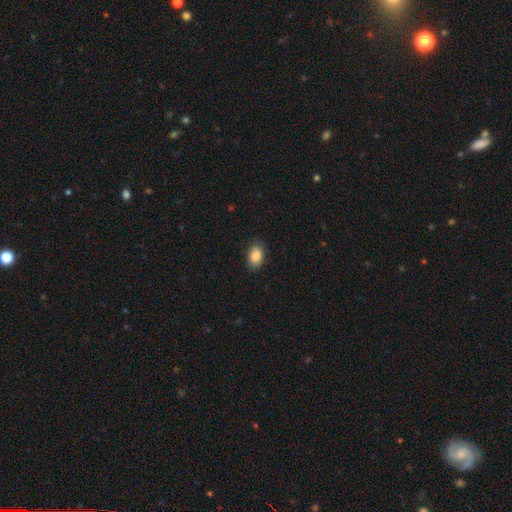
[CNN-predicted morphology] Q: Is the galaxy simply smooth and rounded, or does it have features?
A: smooth — 86%.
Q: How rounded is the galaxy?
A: in between — 85%.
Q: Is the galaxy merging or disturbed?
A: none — 85%.